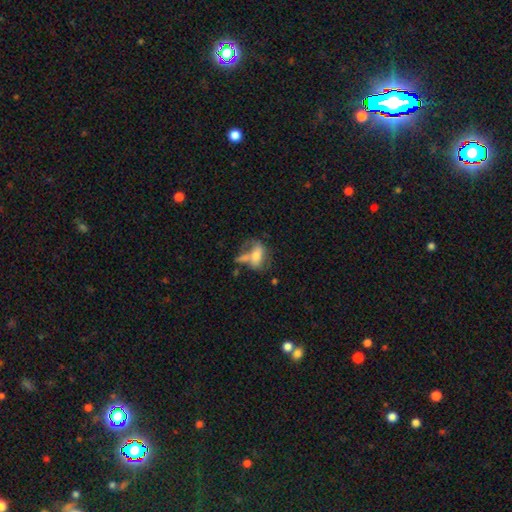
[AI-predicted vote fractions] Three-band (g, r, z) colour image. It shows a smooth galaxy with no disk features (52%) that is in between round and cigar-shaped (79%). Merging: none (30%, tied with merger).